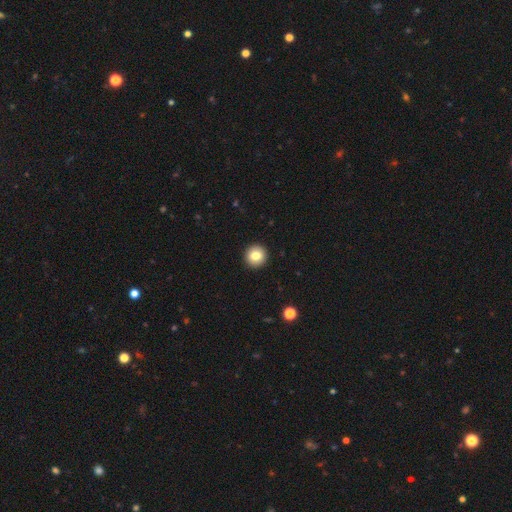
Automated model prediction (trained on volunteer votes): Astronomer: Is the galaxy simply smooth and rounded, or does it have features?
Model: smooth — 82%.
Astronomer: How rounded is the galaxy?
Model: round — 96%.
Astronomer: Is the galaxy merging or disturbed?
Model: none — 94%.